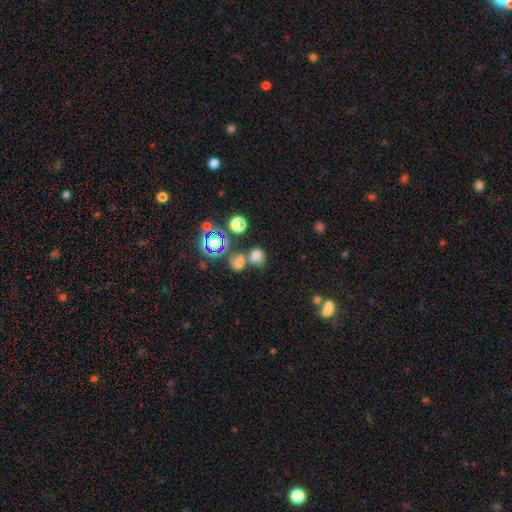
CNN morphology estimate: smooth-or-featured: smooth: 67% | star or artifact: 23% | featured or disk: 10%
  how-rounded: round: 53% | in between: 46% | cigar-shaped: 1%
  merging: merger: 45% | none: 37% | minor disturbance: 11% | major disturbance: 7%